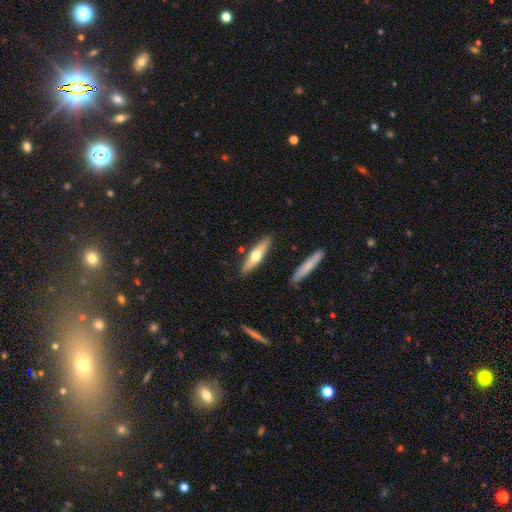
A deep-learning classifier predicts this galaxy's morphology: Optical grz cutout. It shows a smooth galaxy with no disk features (50%). Merging: none (85%).